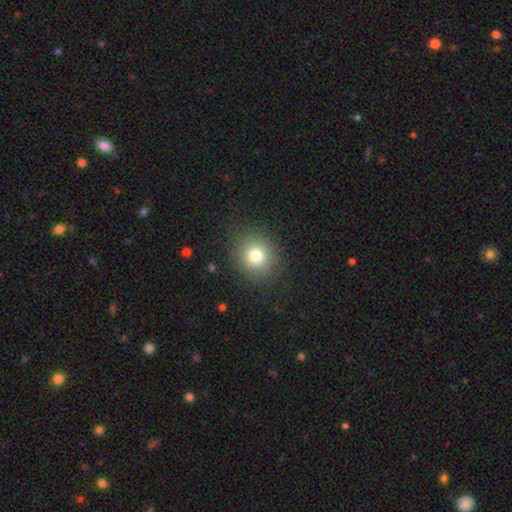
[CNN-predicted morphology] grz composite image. It shows a smooth galaxy with no disk features (77%) that is round (83%). Merging: none (88%).